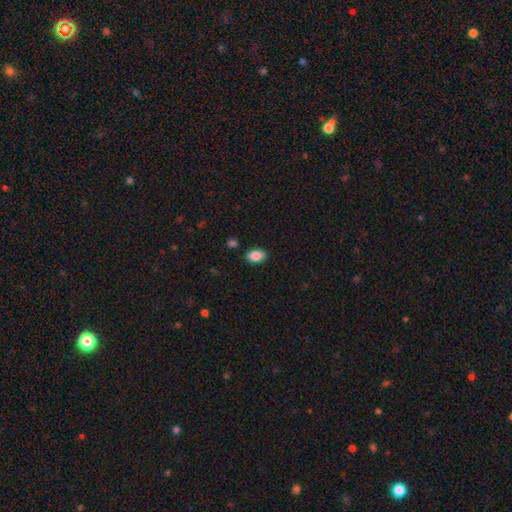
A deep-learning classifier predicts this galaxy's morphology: A smooth galaxy with no disk features (87%) that is in between round and cigar-shaped (87%).

Vote fractions:
- Smooth or featured? smooth: 87% / star or artifact: 8% / featured or disk: 5%
- How rounded? in between: 87% / round: 12% / cigar-shaped: 1%
- Merging? none: 86% / minor disturbance: 10% / major disturbance: 2% / merger: 2%